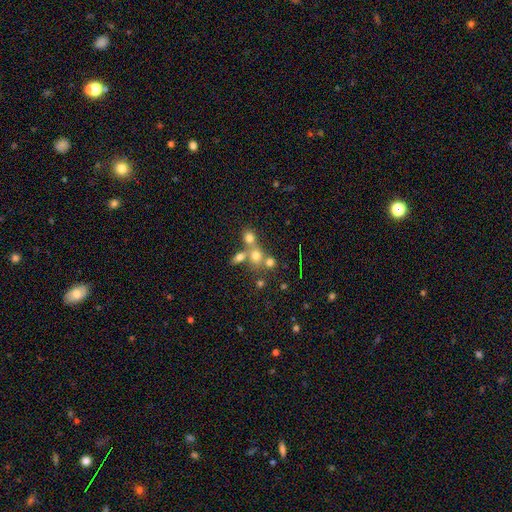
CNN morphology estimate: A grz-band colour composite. It shows a smooth galaxy with no disk features (63%) that is round (71%). Merging: merger (49%).